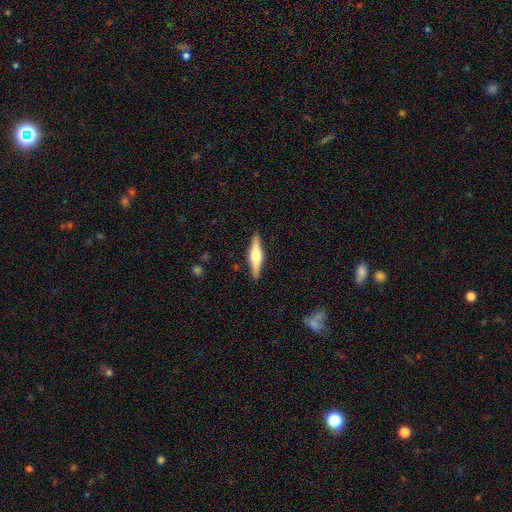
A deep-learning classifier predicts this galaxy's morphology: A featured or disk galaxy (66%) viewed edge-on (97%) with a rounded central bulge (91%). Merging: none (90%).